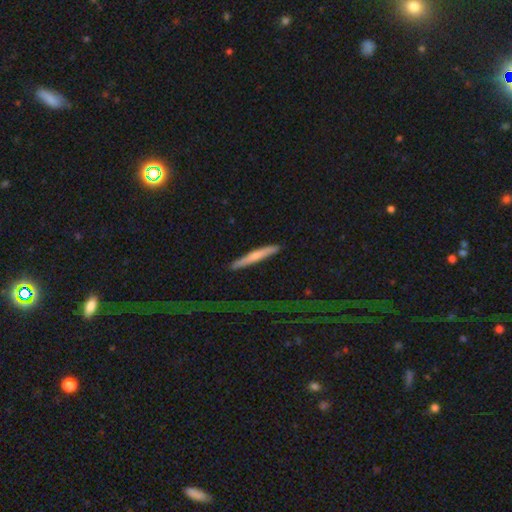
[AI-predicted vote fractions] smooth 53%, featured or disk 41%, star or artifact 6%. Down the decision tree: how rounded — cigar-shaped (94%); merging — none (80%).